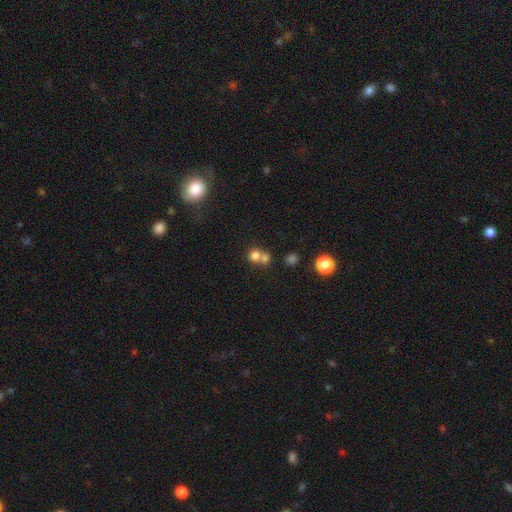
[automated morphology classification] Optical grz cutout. It shows a smooth galaxy with no disk features (75%) that is round (84%). Merging: merger (50%).